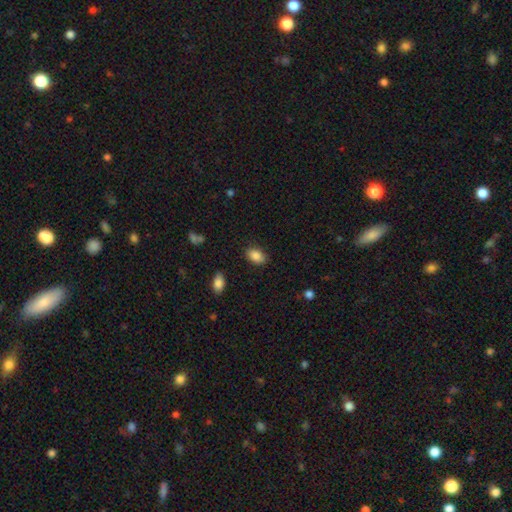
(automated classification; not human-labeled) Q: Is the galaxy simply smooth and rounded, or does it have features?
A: smooth — 87%.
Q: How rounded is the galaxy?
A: in between — 87%.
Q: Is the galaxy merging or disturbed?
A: none — 82%.